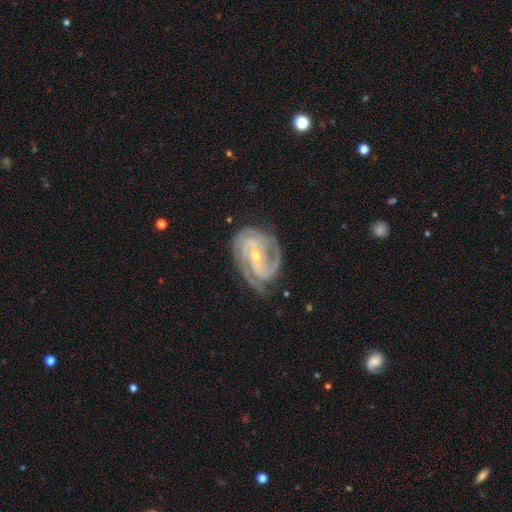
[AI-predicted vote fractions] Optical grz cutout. It shows a featured or disk galaxy (91%) with a weak bar (40%), 3 (38%) tight (61%) spiral arms (98%) and a small central bulge (62%). Merging: none (71%).